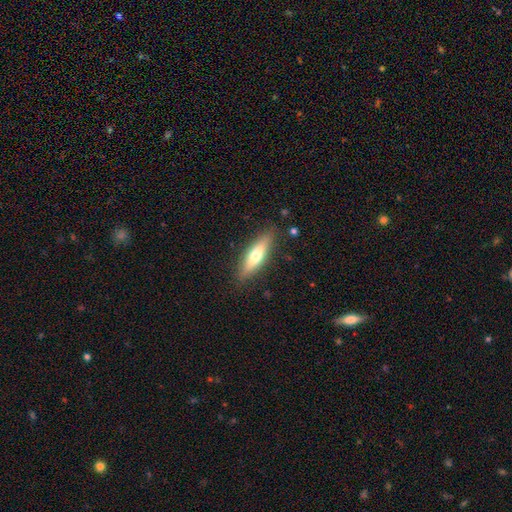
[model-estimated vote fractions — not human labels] smooth_or_featured: smooth (p=0.57) [alt: featured or disk p=0.36]
how_rounded: cigar-shaped (p=0.64) [alt: in between p=0.34]
merging: none (p=0.85) [alt: minor disturbance p=0.11]